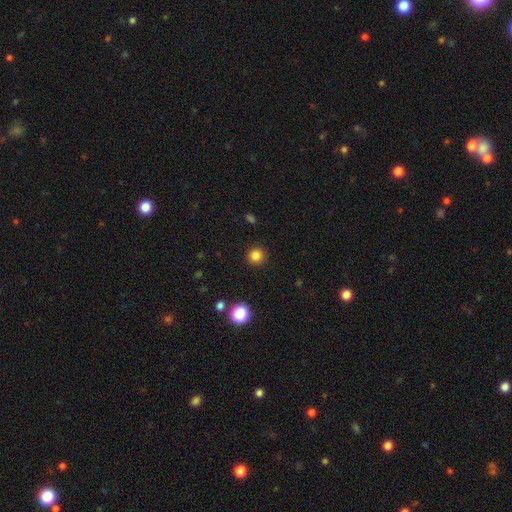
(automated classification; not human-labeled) Morphology: type=smooth (83%); roundness=round (95%); merging=none (92%).